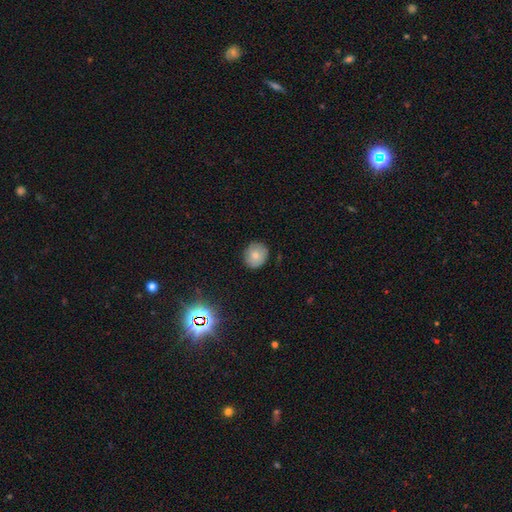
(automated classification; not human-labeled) The model was most divided on "smooth or featured": smooth: 76%, featured or disk: 13%, star or artifact: 11%. More confident: how rounded — round (84%); merging — none (83%).